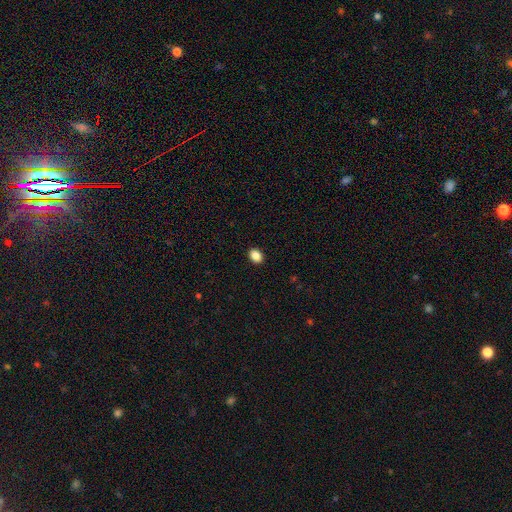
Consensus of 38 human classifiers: Smooth or featured: smooth — 89% (featured or disk — 5%)
How rounded: in between — 68% (round — 32%)
Merging: none — 89% (minor disturbance — 6%)